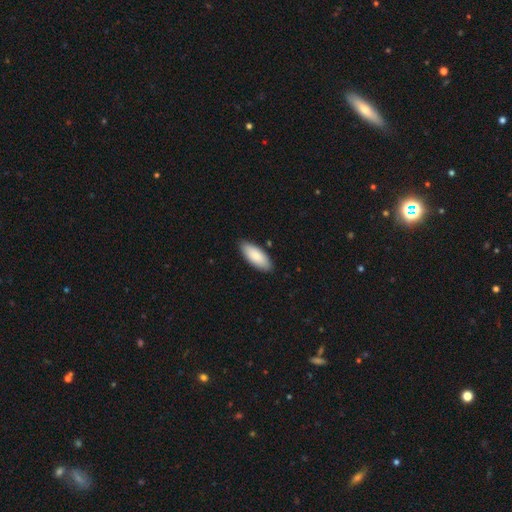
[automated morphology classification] Overall: smooth (87%). How rounded: in between (83%). Merging: none (88%).